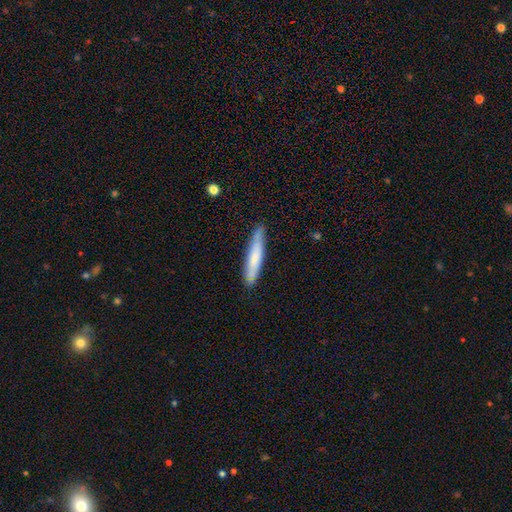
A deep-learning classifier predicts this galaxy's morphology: Smooth or featured? smooth (67%)
How rounded? cigar-shaped (92%)
Merging? none (83%)